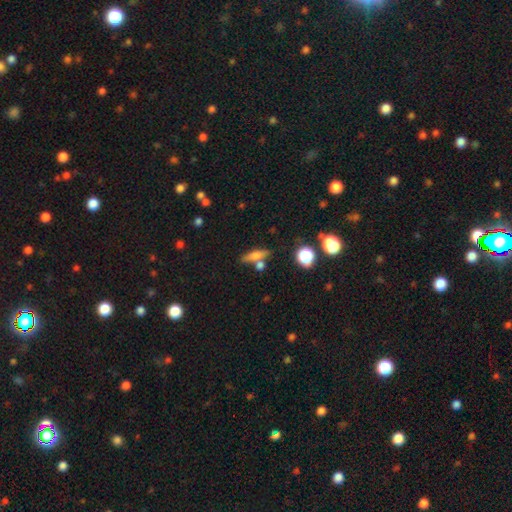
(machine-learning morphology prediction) This is likely a smooth galaxy (61%). How rounded: likely cigar-shaped (64%). Merging: likely none (66%).